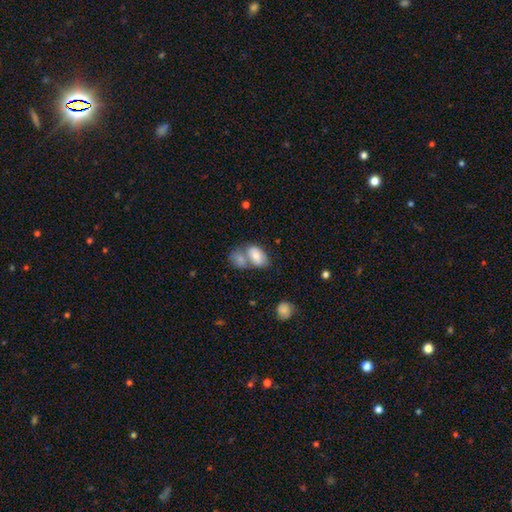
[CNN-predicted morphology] Overall: smooth (78%). How rounded: in between (91%). Merging: merger (54%; none 31%).